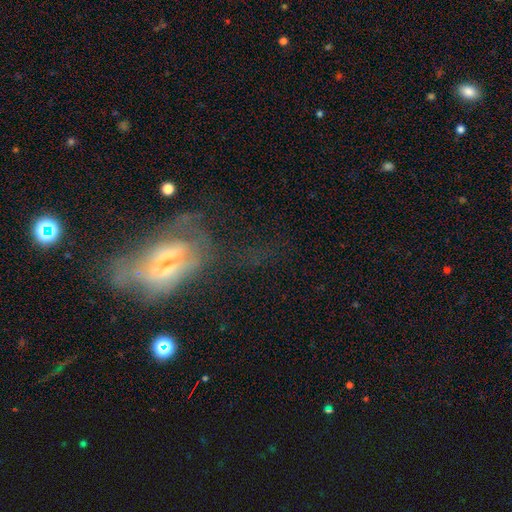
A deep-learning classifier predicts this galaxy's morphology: type=featured or disk (52%); edge-on=no (86%); merging=major disturbance (41%).